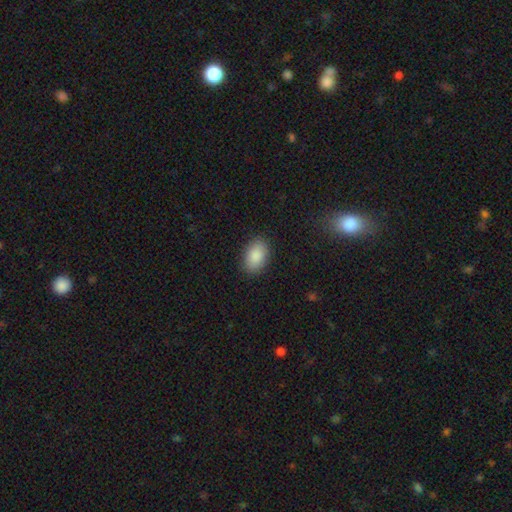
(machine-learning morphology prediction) Smooth or featured: smooth — 89% (star or artifact — 7%)
How rounded: in between — 90% (round — 9%)
Merging: none — 88% (minor disturbance — 8%)